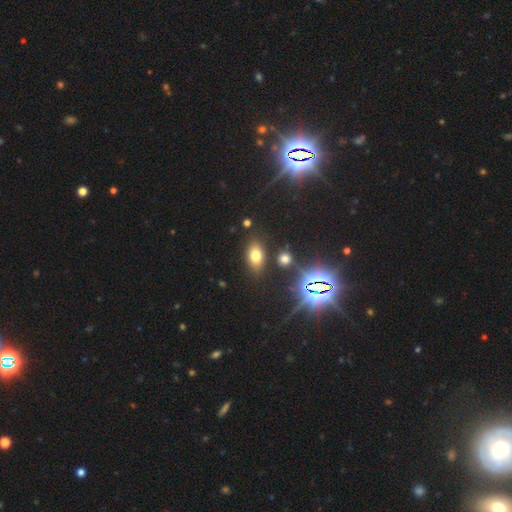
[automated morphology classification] This is likely a smooth galaxy (67%). How rounded: clearly in between (85%). Merging: clearly none (82%).